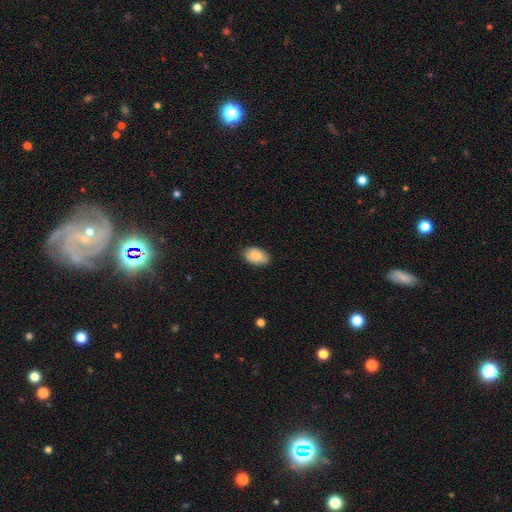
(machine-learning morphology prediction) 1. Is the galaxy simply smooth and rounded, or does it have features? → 87% smooth, 6% featured or disk, 6% star or artifact.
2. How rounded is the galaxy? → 93% in between, 6% round, 1% cigar-shaped.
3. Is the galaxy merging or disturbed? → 80% none, 16% minor disturbance, 3% major disturbance, 1% merger.